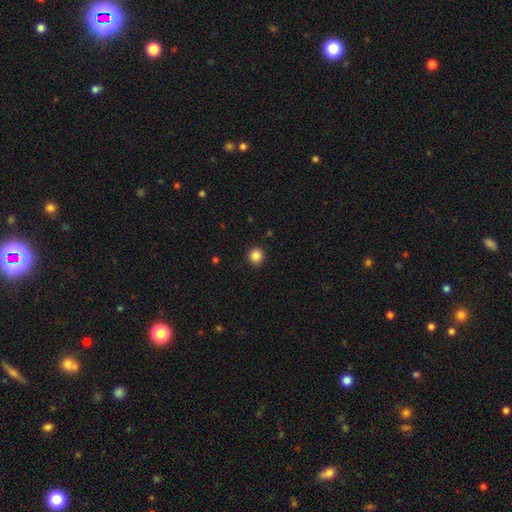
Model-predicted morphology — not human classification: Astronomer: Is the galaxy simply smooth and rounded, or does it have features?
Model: smooth — 86%.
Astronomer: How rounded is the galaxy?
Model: round — 94%.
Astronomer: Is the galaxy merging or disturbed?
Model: none — 92%.